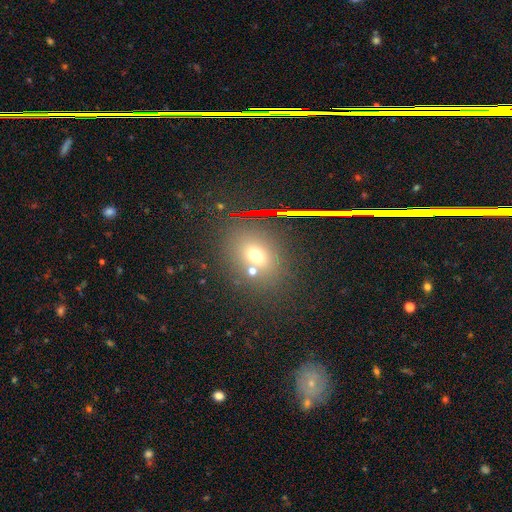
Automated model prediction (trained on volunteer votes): smooth-or-featured: smooth: 62% | star or artifact: 26% | featured or disk: 12%
  how-rounded: in between: 50% | round: 48% | cigar-shaped: 2%
  merging: none: 72% | merger: 12% | minor disturbance: 11% | major disturbance: 5%